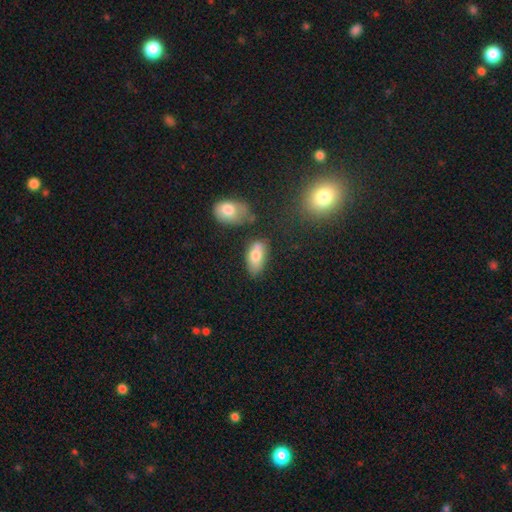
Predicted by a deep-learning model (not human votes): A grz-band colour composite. It shows a smooth galaxy with no disk features (75%) that is in between round and cigar-shaped (91%). Merging: none (56%).